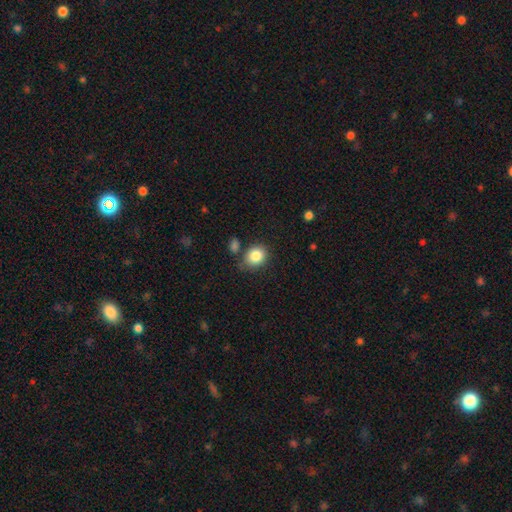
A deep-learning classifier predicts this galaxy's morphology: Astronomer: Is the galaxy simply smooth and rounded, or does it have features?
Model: smooth — 85%.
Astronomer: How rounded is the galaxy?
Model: round — 57% (runner-up: in between, 42%).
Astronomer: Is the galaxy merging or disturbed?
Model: none — 71%.